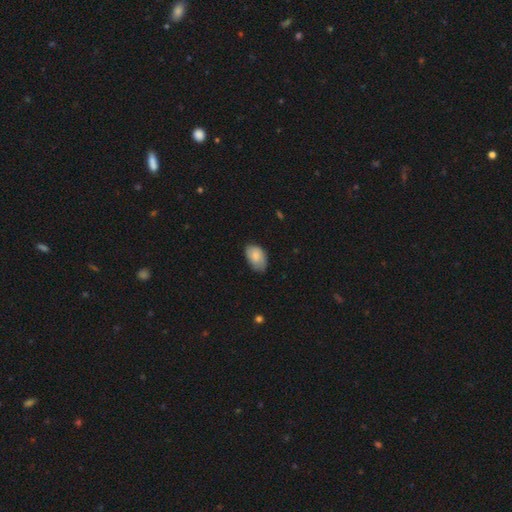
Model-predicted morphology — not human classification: smooth 81%, featured or disk 12%, star or artifact 6%. Down the decision tree: how rounded — in between (90%); merging — none (64%).